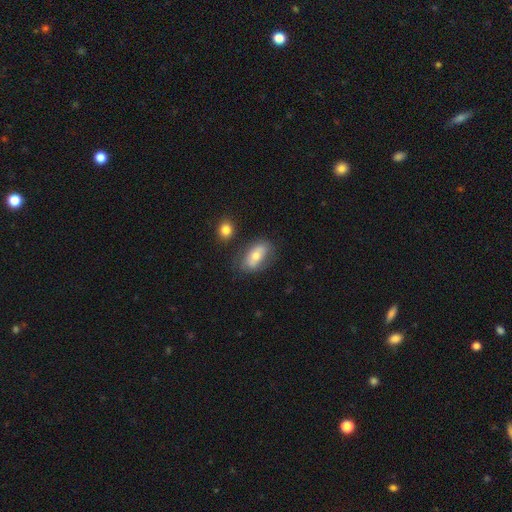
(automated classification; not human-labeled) A smooth galaxy with no disk features (60%) that is in between round and cigar-shaped (88%). Merging: none (70%).